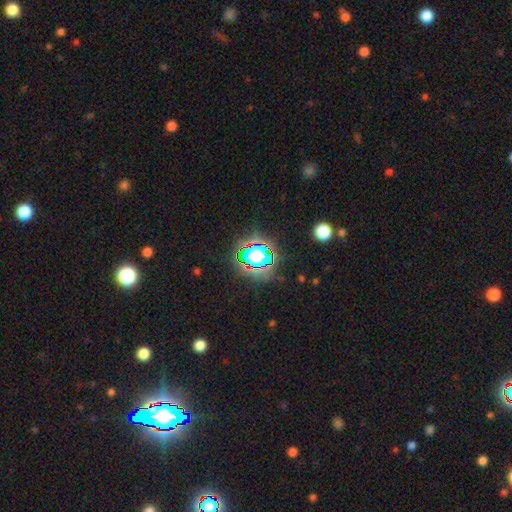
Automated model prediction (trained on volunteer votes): smooth-or-featured: star or artifact: 63% | smooth: 24% | featured or disk: 13%